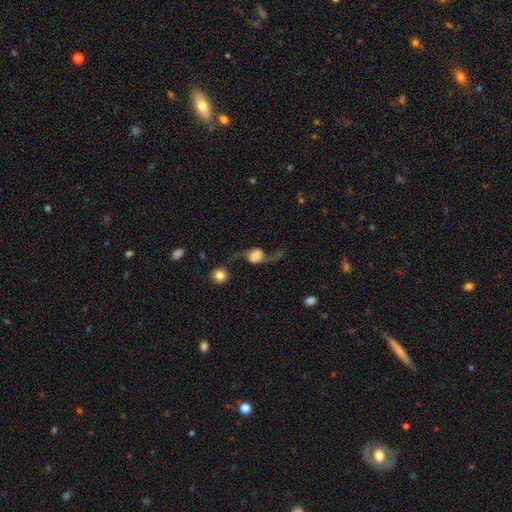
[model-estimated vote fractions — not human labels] The model was most divided on "bulge size": large: 33%, moderate: 23%, dominant: 18%, small: 15%, none: 11%. More confident: spiral arms — yes (93%); spiral arm count — 2 (92%); edge-on disk — no (92%); spiral winding — loose (91%); smooth or featured — featured or disk (74%); bar — no (59%); merging — none (53%).